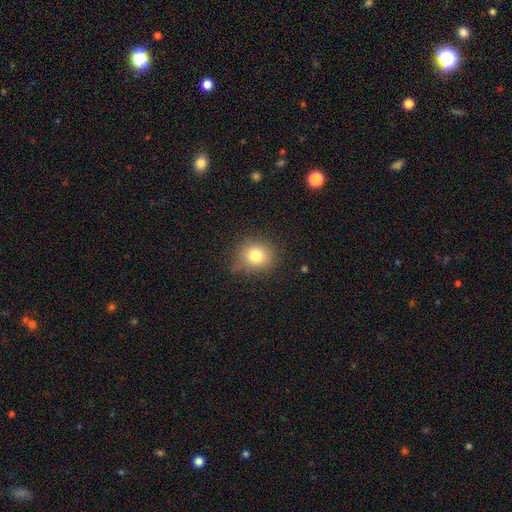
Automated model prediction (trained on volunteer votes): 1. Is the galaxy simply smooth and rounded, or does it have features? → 78% smooth, 12% star or artifact, 10% featured or disk.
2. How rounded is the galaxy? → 82% round, 17% in between, 1% cigar-shaped.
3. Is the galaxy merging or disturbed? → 76% none, 17% minor disturbance, 5% major disturbance, 2% merger.